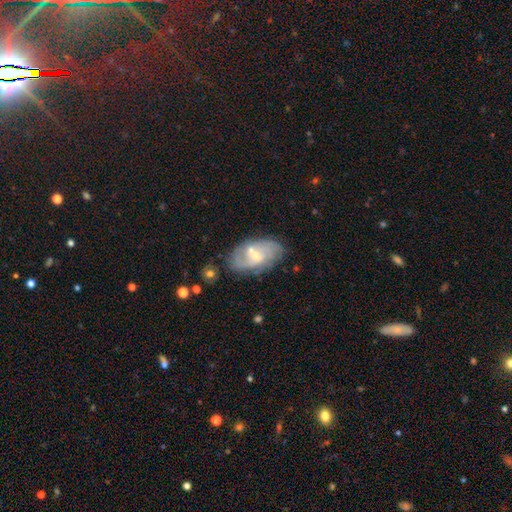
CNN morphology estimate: type=featured or disk (70%); edge-on=no (95%); bar=weak (49%); spiral arms=yes (85%); winding=medium (44%); arm count=2 (53%); bulge=small (60%); merging=none (65%).